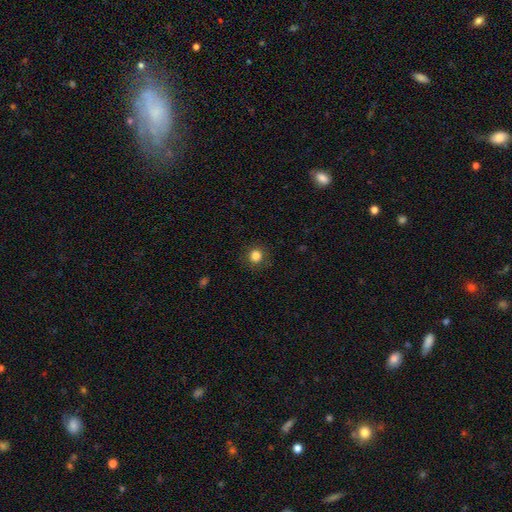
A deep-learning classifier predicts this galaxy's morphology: smooth-or-featured: smooth: 84% | star or artifact: 12% | featured or disk: 5%
  how-rounded: round: 90% | in between: 9% | cigar-shaped: 1%
  merging: none: 89% | minor disturbance: 7% | major disturbance: 3% | merger: 1%